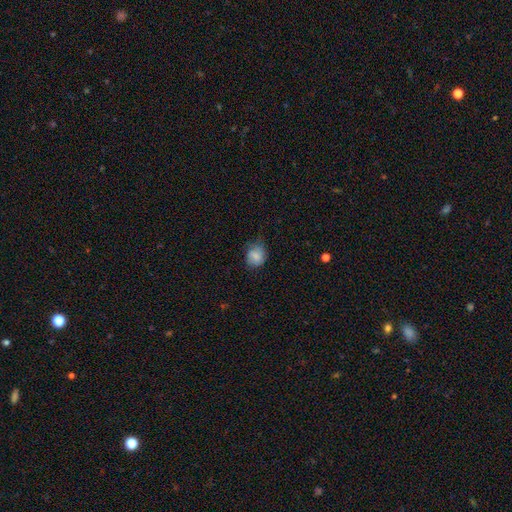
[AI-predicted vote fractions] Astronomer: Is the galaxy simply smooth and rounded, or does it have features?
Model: smooth — 70%.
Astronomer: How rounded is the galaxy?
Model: round — 73%.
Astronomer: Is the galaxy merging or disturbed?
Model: none — 57%.